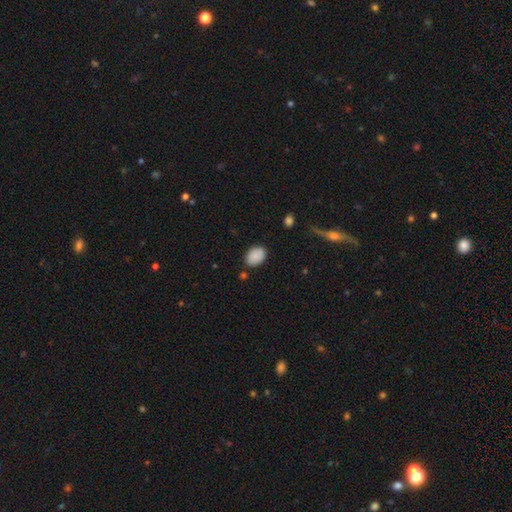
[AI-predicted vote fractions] Smooth or featured? smooth (87%)
How rounded? in between (79%)
Merging? none (79%)